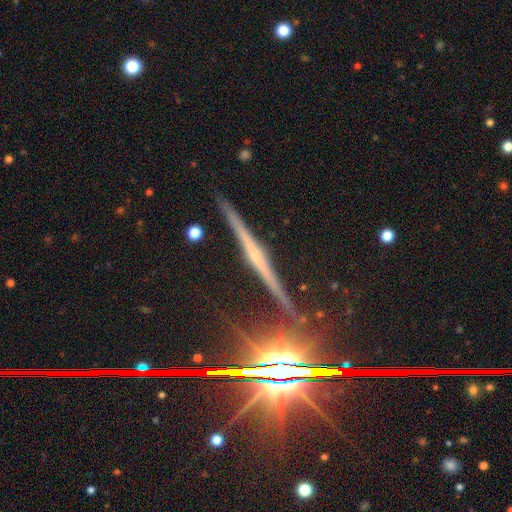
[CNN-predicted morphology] featured or disk 67%, star or artifact 18%, smooth 15%. Down the decision tree: edge-on disk — yes (98%); edge-on bulge — none (45%); merging — none (89%).